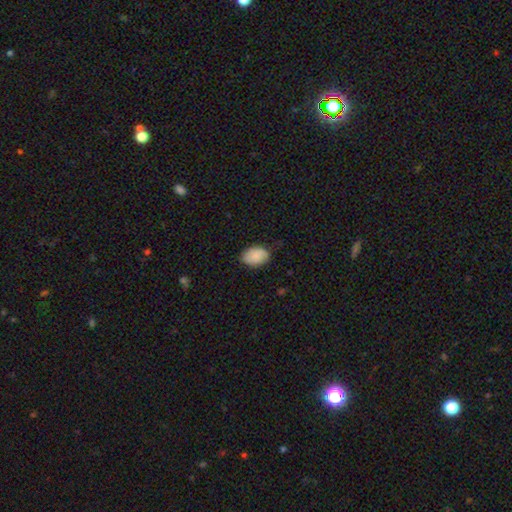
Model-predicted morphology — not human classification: Smooth or featured: smooth — 86% (featured or disk — 8%)
How rounded: in between — 86% (round — 13%)
Merging: none — 72% (minor disturbance — 23%)